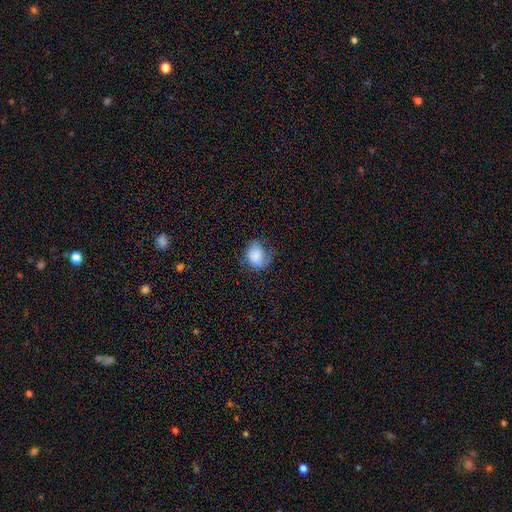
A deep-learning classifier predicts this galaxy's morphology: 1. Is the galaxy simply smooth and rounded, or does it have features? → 78% smooth, 14% featured or disk, 8% star or artifact.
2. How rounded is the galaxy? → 57% in between, 42% round, 1% cigar-shaped.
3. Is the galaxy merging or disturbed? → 50% none, 32% minor disturbance, 16% major disturbance, 2% merger.